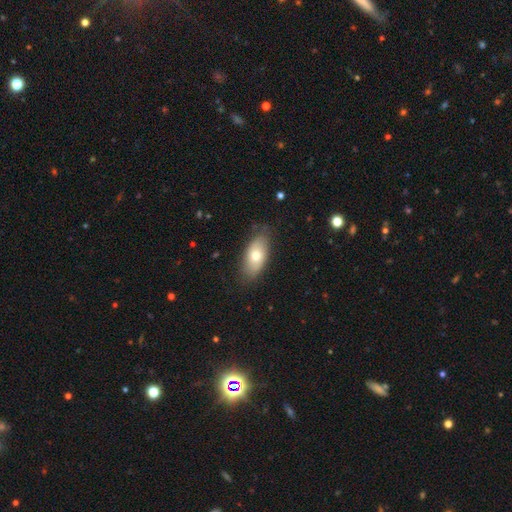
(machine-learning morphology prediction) Smooth or featured: smooth — 71% (featured or disk — 23%)
How rounded: in between — 91% (cigar-shaped — 6%)
Merging: none — 79% (minor disturbance — 16%)